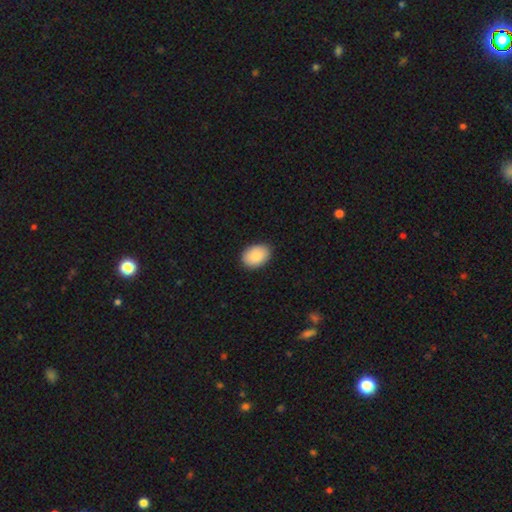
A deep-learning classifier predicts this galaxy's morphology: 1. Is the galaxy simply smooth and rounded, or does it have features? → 89% smooth, 6% star or artifact, 5% featured or disk.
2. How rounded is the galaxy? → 81% in between, 18% round, 1% cigar-shaped.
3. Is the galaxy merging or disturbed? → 87% none, 10% minor disturbance, 2% major disturbance, 1% merger.